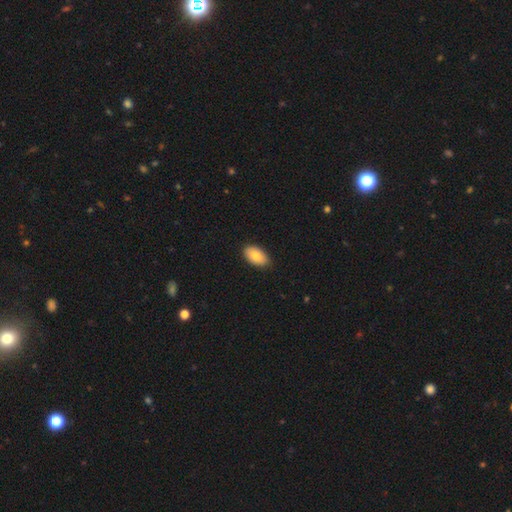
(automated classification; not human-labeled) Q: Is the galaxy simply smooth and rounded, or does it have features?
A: smooth — 82%.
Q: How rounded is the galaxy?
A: in between — 94%.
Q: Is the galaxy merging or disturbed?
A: none — 87%.